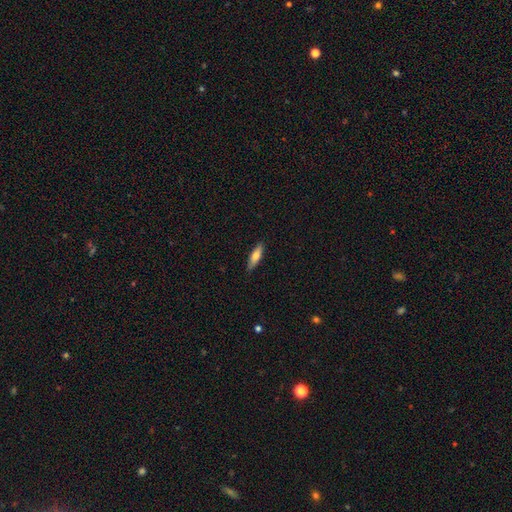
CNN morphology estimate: Smooth or featured? smooth (70%)
How rounded? cigar-shaped (58%)
Merging? none (88%)